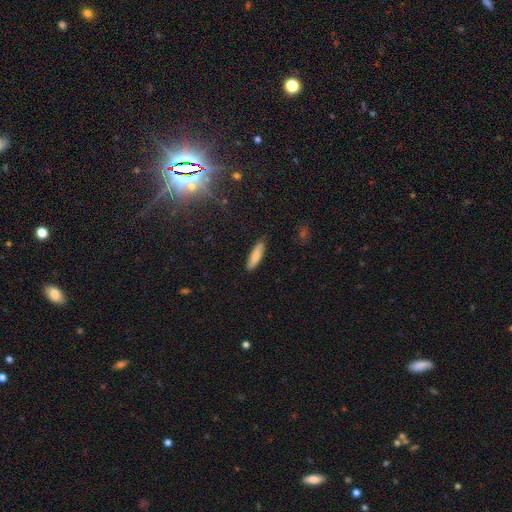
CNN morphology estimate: Overall: smooth (82%). How rounded: cigar-shaped (69%; in between 30%). Merging: none (85%).